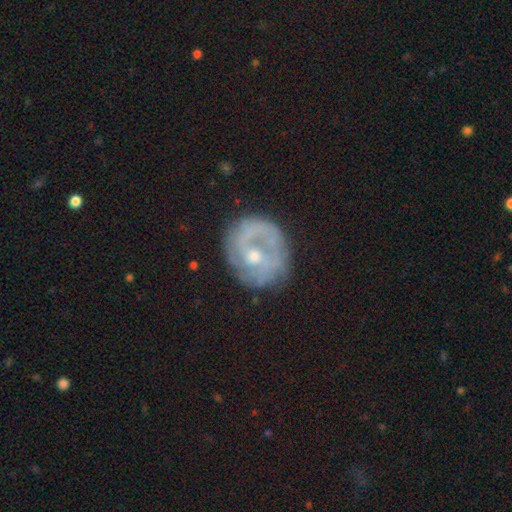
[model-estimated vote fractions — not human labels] Smooth or featured? featured or disk (72%)
Edge-on disk? no (97%)
Bar? no (60%)
Spiral arms? yes (71%)
Bulge size? moderate (50%)
Merging? none (67%)